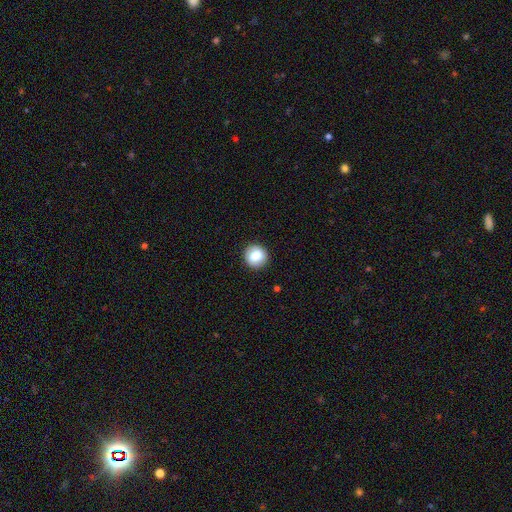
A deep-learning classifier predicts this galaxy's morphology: Smooth or featured? Predicted: smooth (p=0.82). How rounded? Predicted: round (p=0.91). Merging? Predicted: none (p=0.90).